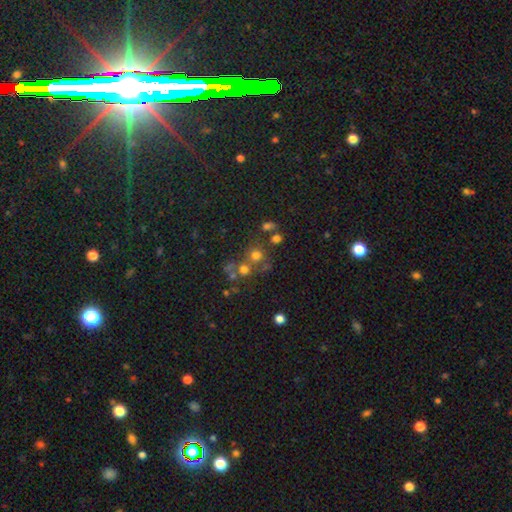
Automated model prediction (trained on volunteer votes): smooth-or-featured: smooth: 56% | star or artifact: 30% | featured or disk: 14%
  how-rounded: round: 89% | in between: 10% | cigar-shaped: 1%
  merging: none: 60% | merger: 26% | minor disturbance: 8% | major disturbance: 5%